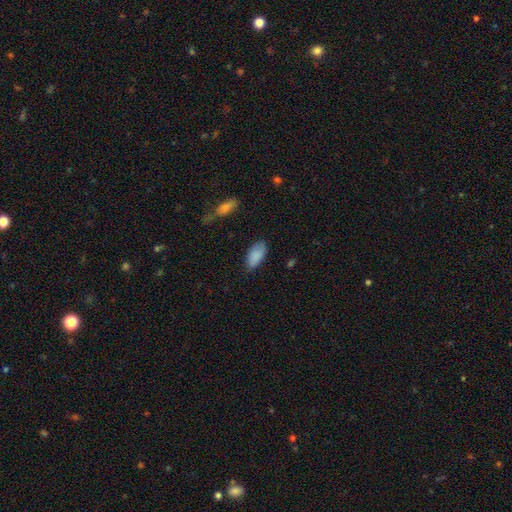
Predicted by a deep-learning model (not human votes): smooth-or-featured: smooth: 87% | star or artifact: 7% | featured or disk: 6%
  how-rounded: in between: 91% | cigar-shaped: 7% | round: 2%
  merging: none: 74% | minor disturbance: 20% | major disturbance: 4% | merger: 2%